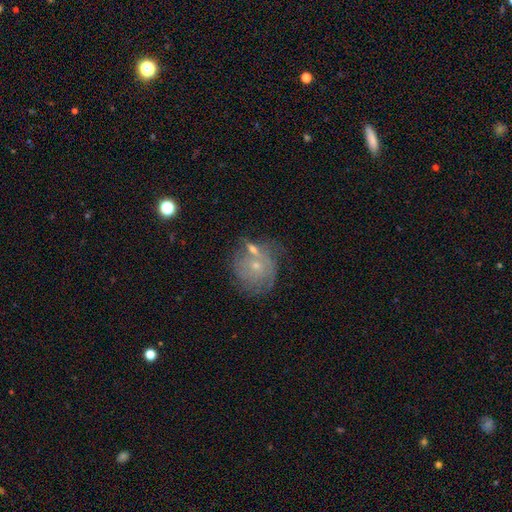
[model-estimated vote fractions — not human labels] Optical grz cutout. It shows a featured or disk galaxy (64%) with no bar (79%), spiral arms (80%) and a small central bulge (73%). Merging: none (56%).